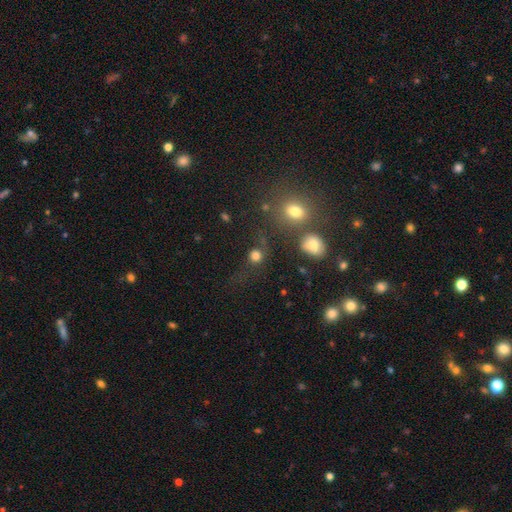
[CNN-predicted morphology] smooth 76%, star or artifact 16%, featured or disk 8%. Down the decision tree: how rounded — round (86%); merging — none (61%).